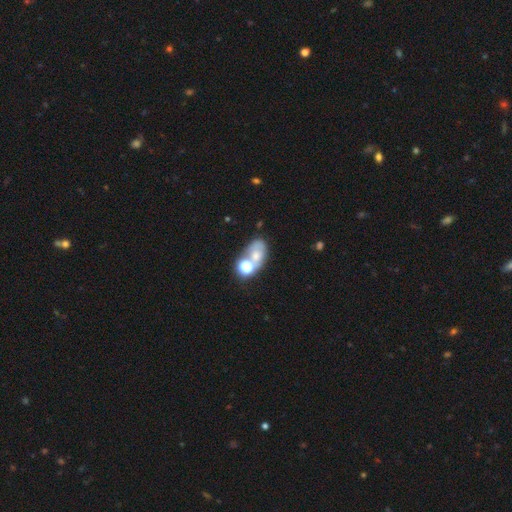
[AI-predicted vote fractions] smooth-or-featured: smooth: 52% | featured or disk: 28% | star or artifact: 20%
  how-rounded: in between: 72% | round: 27% | cigar-shaped: 2%
  merging: merger: 40% | none: 34% | minor disturbance: 14% | major disturbance: 11%